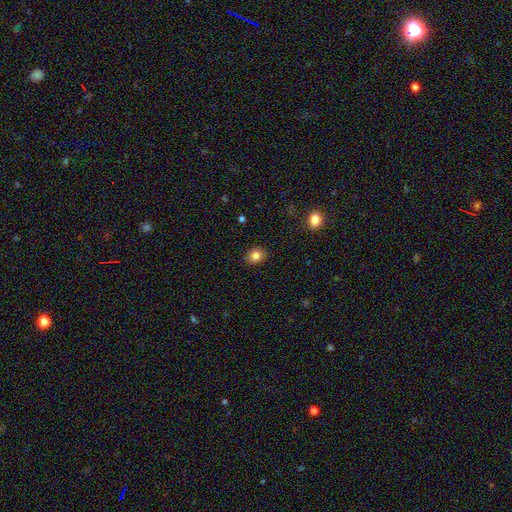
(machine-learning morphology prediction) This is clearly a smooth galaxy (82%). How rounded: likely round (63%). Merging: clearly none (88%).